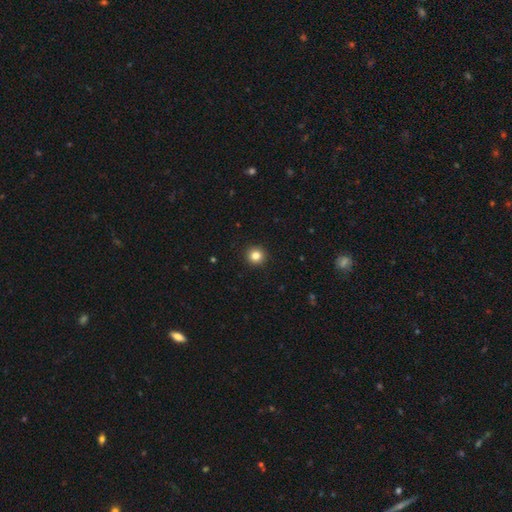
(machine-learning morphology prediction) Smooth or featured? Predicted: smooth (p=0.83). How rounded? Predicted: round (p=0.95). Merging? Predicted: none (p=0.93).